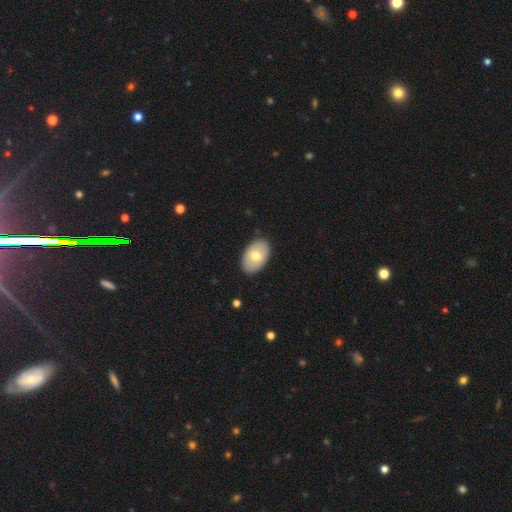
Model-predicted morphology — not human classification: This is likely a smooth galaxy (68%). How rounded: clearly in between (89%). Merging: clearly none (88%).